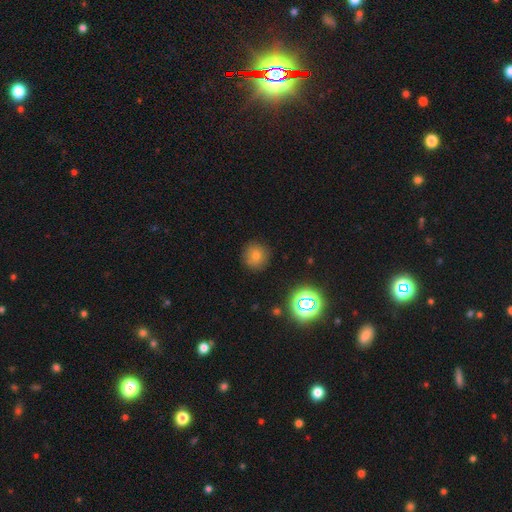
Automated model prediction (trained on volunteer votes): A smooth galaxy with no disk features (75%) that is round (93%). Merging: none (87%).